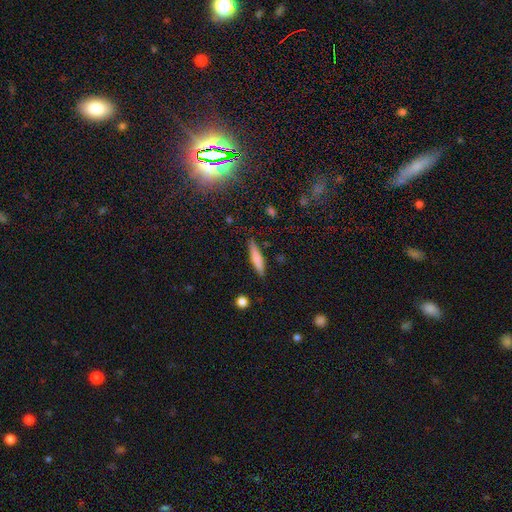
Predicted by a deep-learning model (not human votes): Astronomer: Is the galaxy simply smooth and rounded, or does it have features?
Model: smooth — 75%.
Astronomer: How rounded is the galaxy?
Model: cigar-shaped — 84%.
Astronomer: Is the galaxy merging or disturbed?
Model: none — 85%.